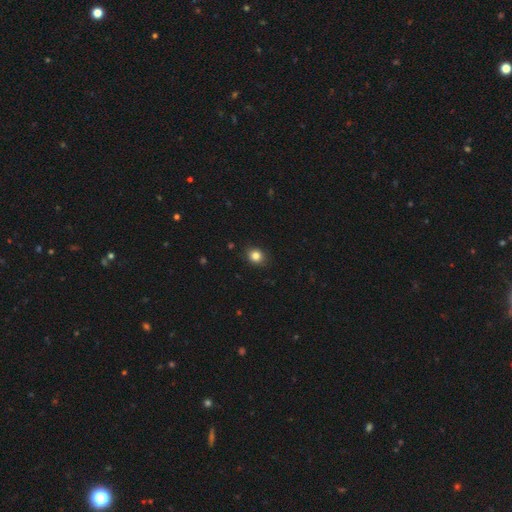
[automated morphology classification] Smooth or featured? smooth (84%)
How rounded? round (70%)
Merging? none (89%)